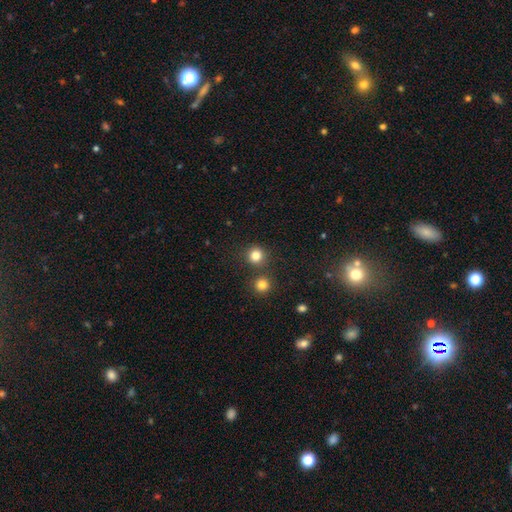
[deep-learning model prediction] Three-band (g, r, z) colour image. It shows a smooth galaxy with no disk features (82%) that is round (93%). Merging: none (82%).